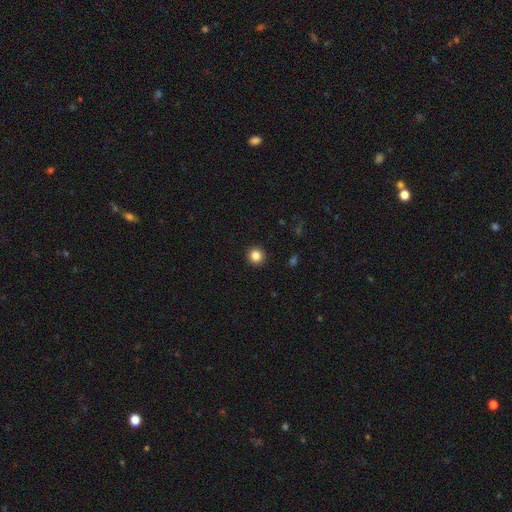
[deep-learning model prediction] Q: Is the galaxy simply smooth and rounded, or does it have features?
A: smooth — 85%.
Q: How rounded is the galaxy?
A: round — 94%.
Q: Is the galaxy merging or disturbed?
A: none — 93%.